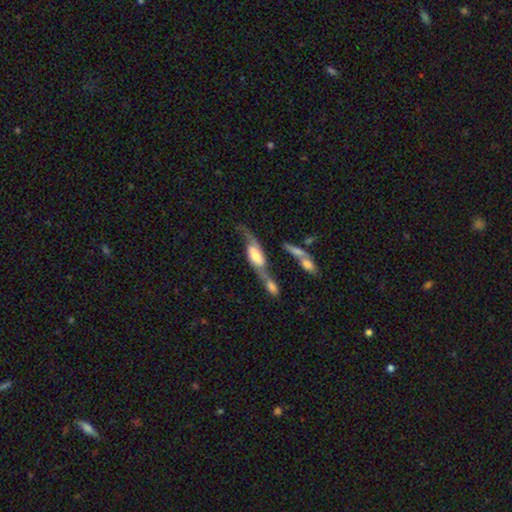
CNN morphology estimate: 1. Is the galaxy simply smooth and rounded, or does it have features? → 69% featured or disk, 25% smooth, 7% star or artifact.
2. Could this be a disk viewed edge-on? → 76% no, 24% yes.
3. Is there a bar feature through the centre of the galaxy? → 40% weak, 37% no, 23% strong.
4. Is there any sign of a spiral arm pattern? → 84% yes, 16% no.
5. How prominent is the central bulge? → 42% moderate, 29% large, 18% small, 7% none, 4% dominant.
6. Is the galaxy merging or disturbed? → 48% merger, 26% none, 13% major disturbance, 13% minor disturbance.